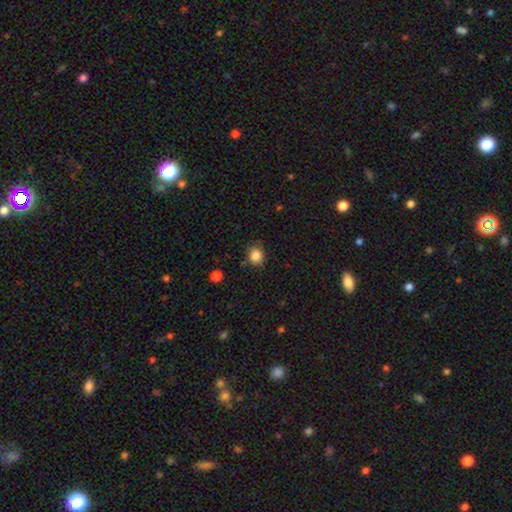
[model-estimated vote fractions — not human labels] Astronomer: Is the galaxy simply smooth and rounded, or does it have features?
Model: smooth — 85%.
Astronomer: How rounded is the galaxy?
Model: round — 85%.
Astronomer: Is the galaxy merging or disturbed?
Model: none — 82%.